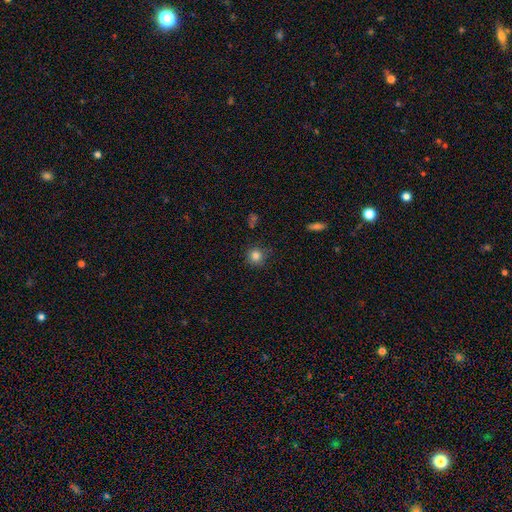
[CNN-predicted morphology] Smooth or featured: smooth — 83% (star or artifact — 12%)
How rounded: round — 92% (in between — 7%)
Merging: none — 83% (minor disturbance — 12%)